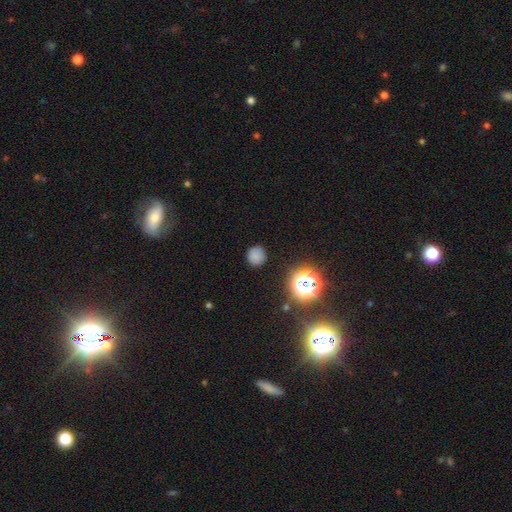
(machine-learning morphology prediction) A smooth galaxy with no disk features (75%) that is round (90%). Merging: none (86%).